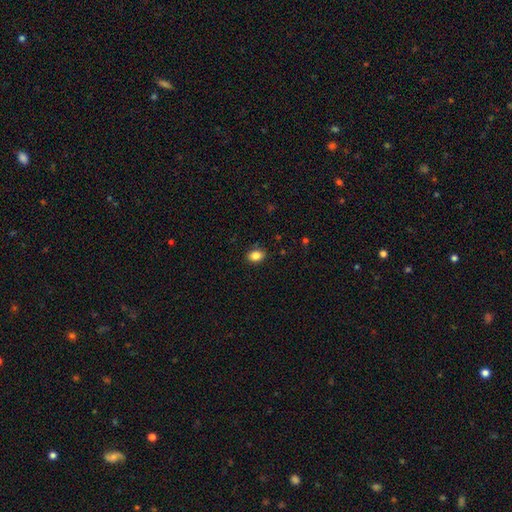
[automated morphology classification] Overall: smooth (85%). How rounded: in between (70%). Merging: none (87%).